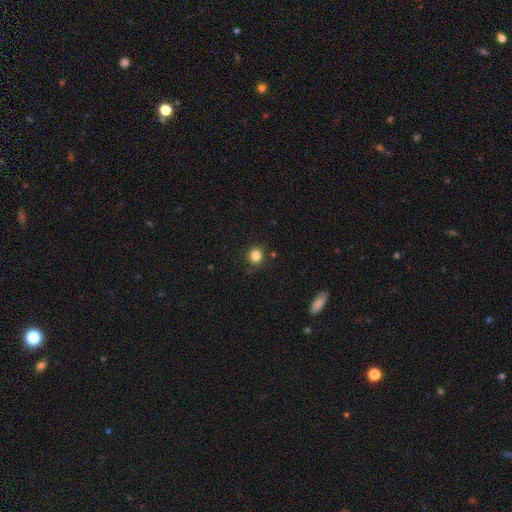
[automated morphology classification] smooth 83%, star or artifact 12%, featured or disk 5%. Down the decision tree: how rounded — round (89%); merging — none (86%).